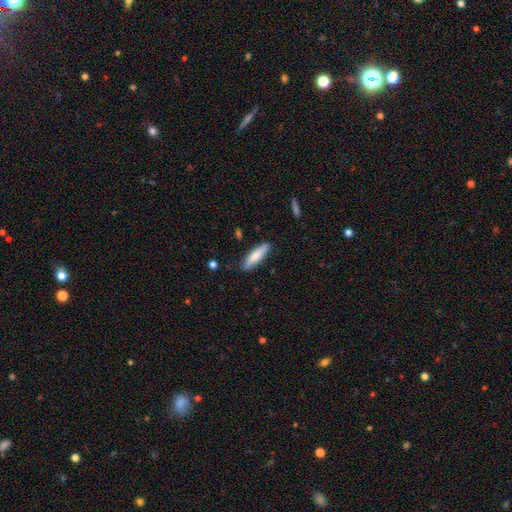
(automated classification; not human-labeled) A smooth galaxy with no disk features (72%) that is cigar-shaped (68%). Merging: none (86%).